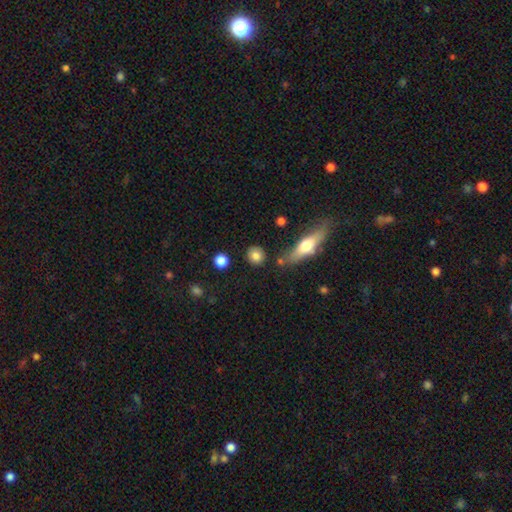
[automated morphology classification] Overall: smooth (82%). How rounded: round (84%). Merging: none (83%).